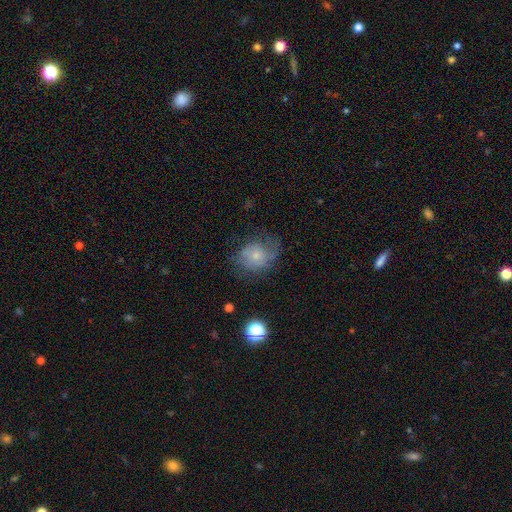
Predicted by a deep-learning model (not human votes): Smooth or featured?
  - smooth: 58% *
  - featured or disk: 32%
  - star or artifact: 10%
How rounded?
  - round: 63% *
  - in between: 37%
  - cigar-shaped: 1%
Merging?
  - none: 48% *
  - minor disturbance: 28%
  - major disturbance: 22%
  - merger: 2%